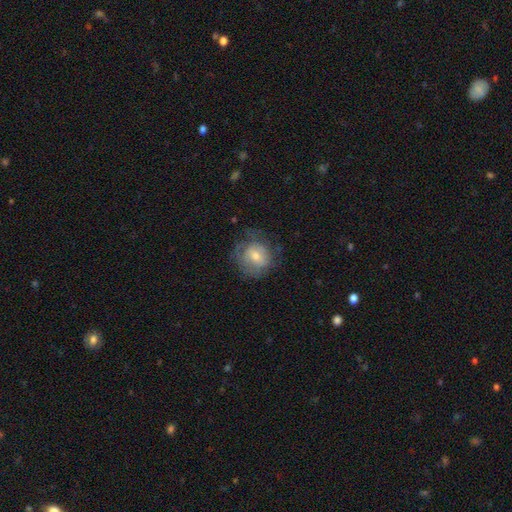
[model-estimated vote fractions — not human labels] Overall: smooth (52%; featured or disk 40%). How rounded: round (79%). Merging: none (57%; minor disturbance 24%).